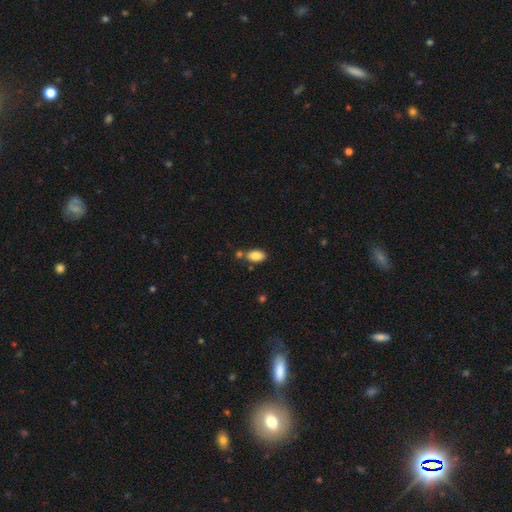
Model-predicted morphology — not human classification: Overall: smooth (84%). How rounded: in between (93%). Merging: none (68%).